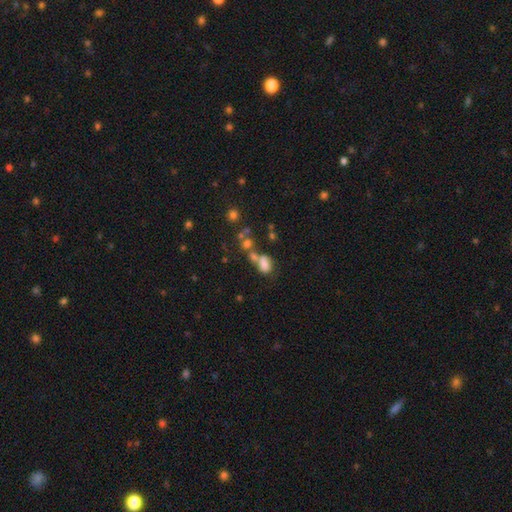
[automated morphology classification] This is marginally a smooth galaxy (42%). Merging: marginally none (40%).